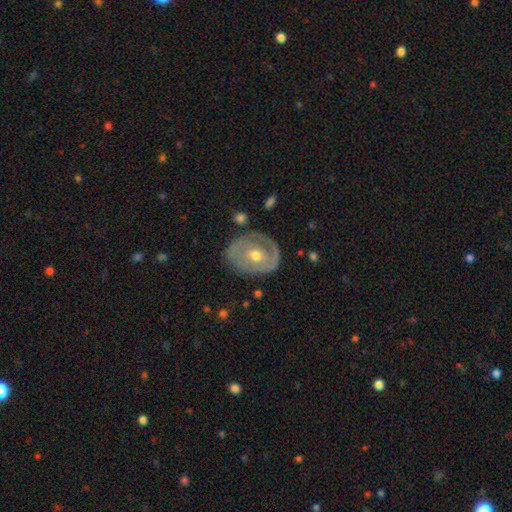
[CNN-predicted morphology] smooth_or_featured: featured or disk (p=0.72) [alt: smooth p=0.23]
disk_edge_on: no (p=0.95) [alt: yes p=0.05]
bar: no (p=0.69) [alt: weak p=0.24]
has_spiral_arms: yes (p=0.58) [alt: no p=0.42]
bulge_size: moderate (p=0.70) [alt: small p=0.25]
merging: none (p=0.73) [alt: minor disturbance p=0.18]